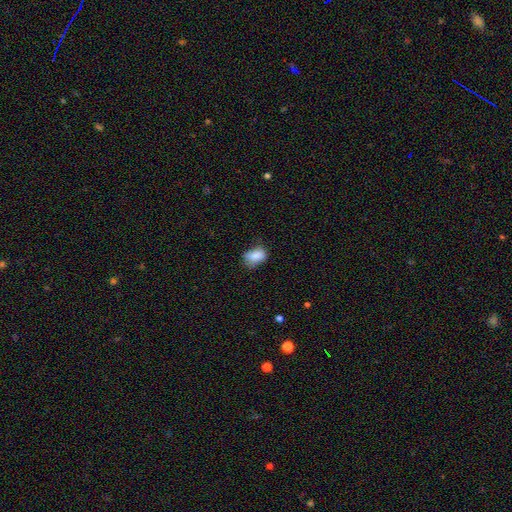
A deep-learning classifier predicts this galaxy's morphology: smooth 82%, featured or disk 9%, star or artifact 9%. Down the decision tree: how rounded — in between (81%); merging — none (46%).